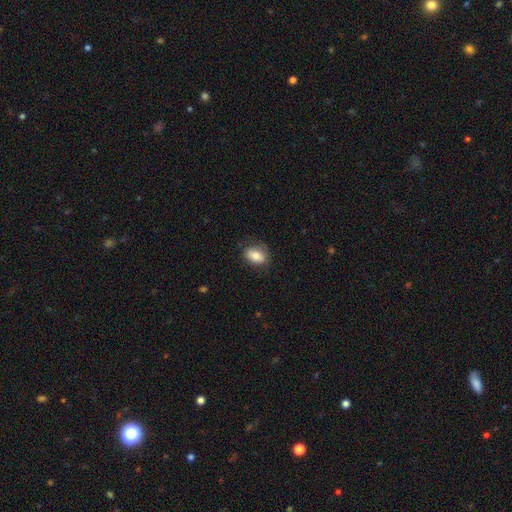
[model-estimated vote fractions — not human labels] Smooth or featured: smooth — 79% (featured or disk — 14%)
How rounded: in between — 83% (round — 15%)
Merging: none — 75% (minor disturbance — 19%)